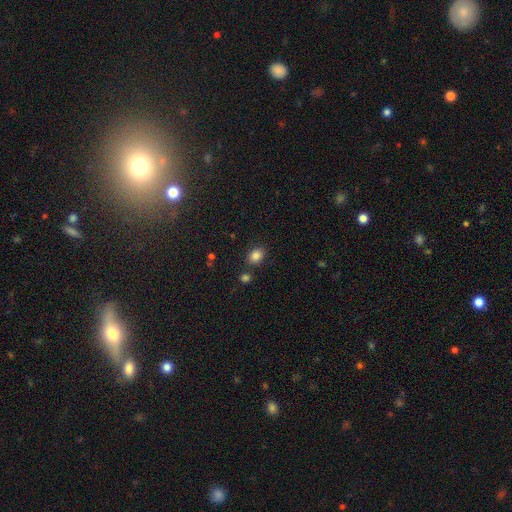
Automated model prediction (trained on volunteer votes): Smooth or featured? Predicted: smooth (p=0.84). How rounded? Predicted: in between (p=0.62). Merging? Predicted: none (p=0.80).